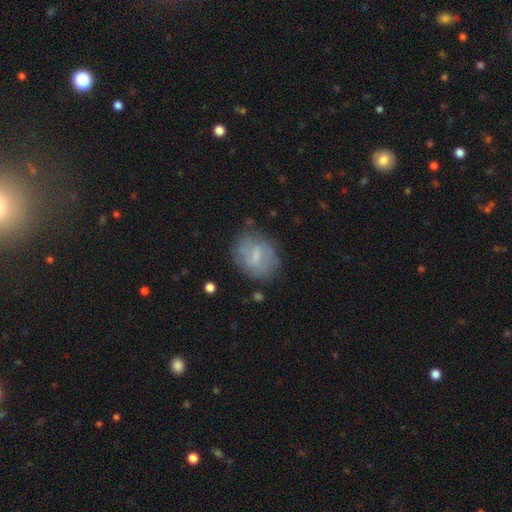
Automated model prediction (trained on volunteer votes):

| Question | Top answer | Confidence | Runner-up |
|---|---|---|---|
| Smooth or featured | smooth | 50% | featured or disk (42%) |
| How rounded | in between | 58% | round (40%) |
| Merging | none | 71% | minor disturbance (20%) |